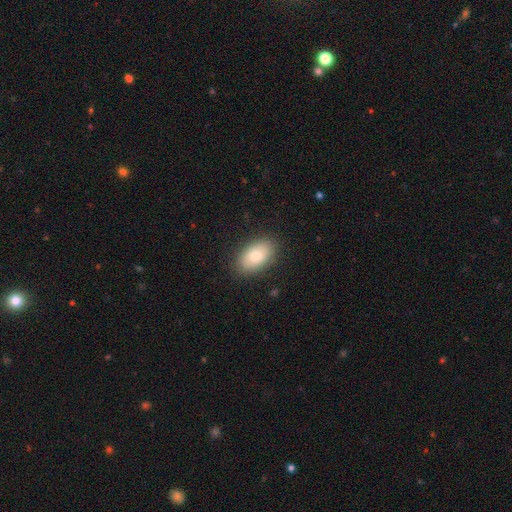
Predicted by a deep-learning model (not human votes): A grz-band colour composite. It shows a smooth galaxy with no disk features (78%) that is in between round and cigar-shaped (92%). Merging: none (87%).